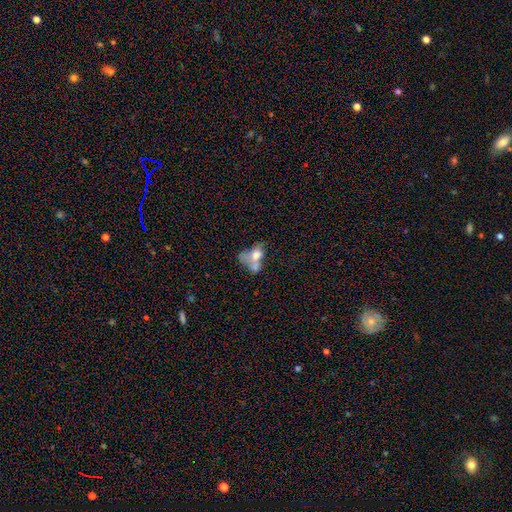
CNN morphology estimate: This appears to be a smooth galaxy with no disk features (57%) that is in between round and cigar-shaped (71%). Merging: merger (59%).